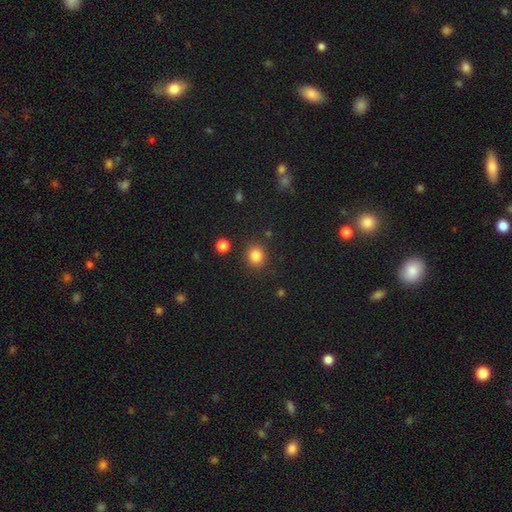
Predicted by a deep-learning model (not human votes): The model was most divided on "how rounded": round: 86%, in between: 14%, cigar-shaped: 1%. More confident: merging — none (88%); smooth or featured — smooth (84%).